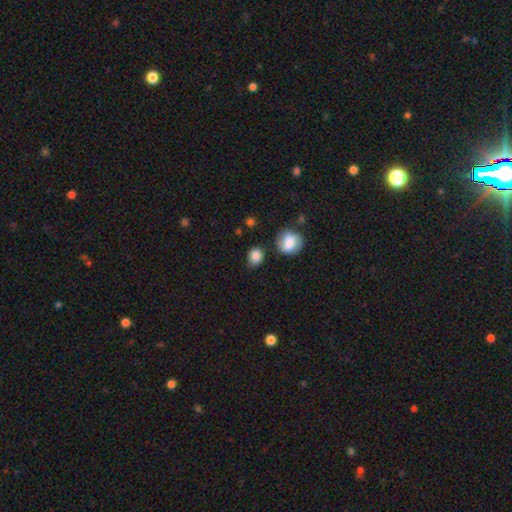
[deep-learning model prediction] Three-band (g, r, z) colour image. It shows a smooth galaxy with no disk features (85%) that is round (62%). Merging: none (74%).